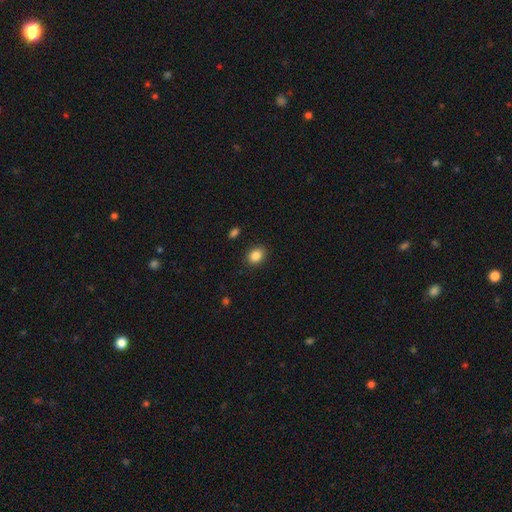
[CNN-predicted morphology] Smooth or featured?
  - smooth: 86% *
  - star or artifact: 10%
  - featured or disk: 5%
How rounded?
  - in between: 53% *
  - round: 46%
  - cigar-shaped: 1%
Merging?
  - none: 88% *
  - minor disturbance: 8%
  - major disturbance: 2%
  - merger: 2%